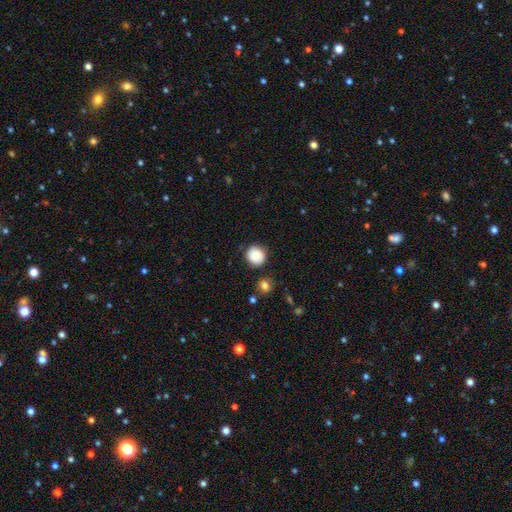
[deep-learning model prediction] smooth 85%, star or artifact 8%, featured or disk 6%. Down the decision tree: how rounded — round (89%); merging — none (83%).